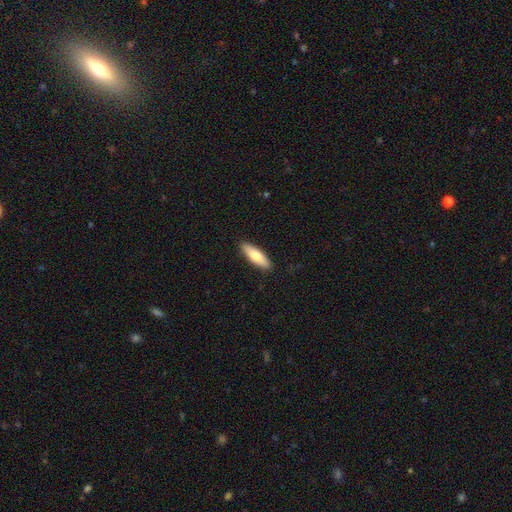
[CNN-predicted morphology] smooth 71%, featured or disk 23%, star or artifact 6%. Down the decision tree: how rounded — in between (51%); merging — none (90%).